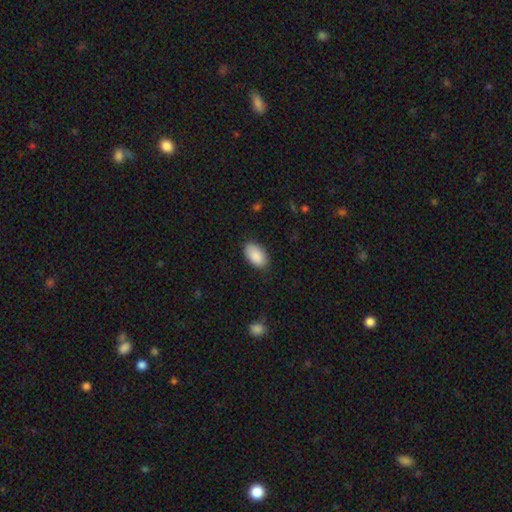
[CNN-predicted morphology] type=smooth (90%); roundness=in between (95%); merging=none (84%).